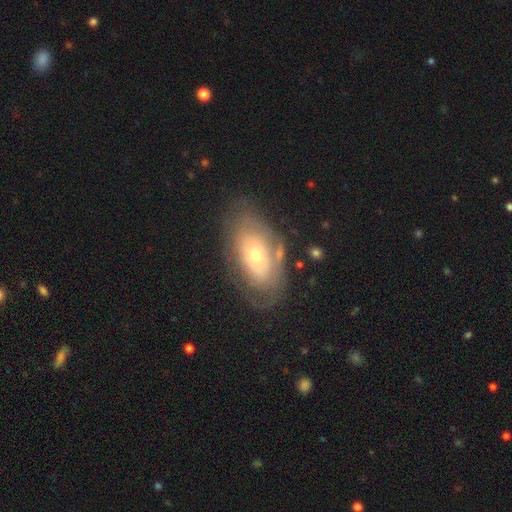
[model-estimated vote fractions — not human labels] This is likely a featured or disk galaxy (61%). It is clearly not viewed edge-on (92%). Bar: clearly no (85%). Spiral arm pattern: possibly no (50%, tied with yes). Central bulge: possibly small (49%). Merging: likely none (68%).